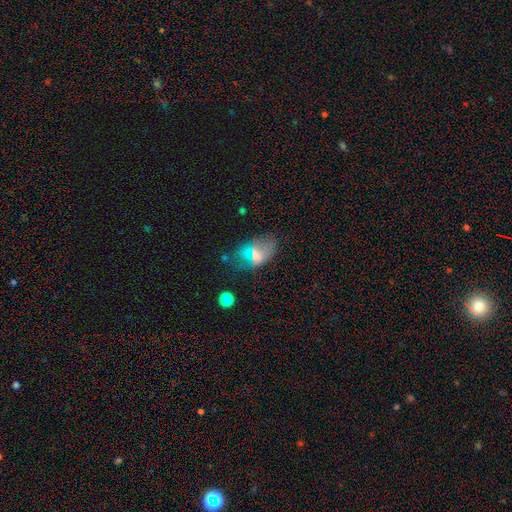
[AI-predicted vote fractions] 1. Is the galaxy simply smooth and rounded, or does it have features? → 55% smooth, 25% featured or disk, 20% star or artifact.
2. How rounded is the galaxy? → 85% in between, 10% round, 5% cigar-shaped.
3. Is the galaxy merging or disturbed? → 57% none, 21% minor disturbance, 15% major disturbance, 7% merger.